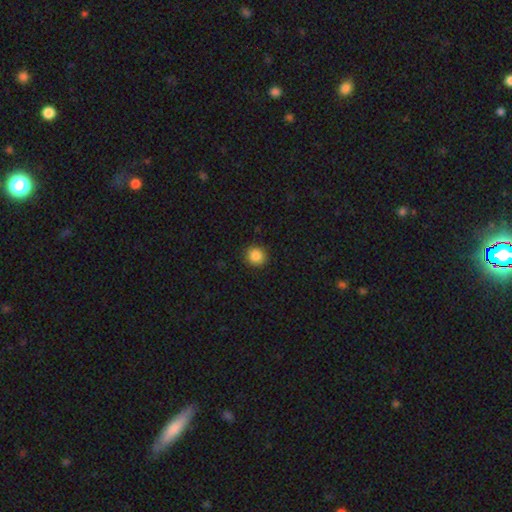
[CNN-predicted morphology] smooth-or-featured: smooth: 87% | star or artifact: 10% | featured or disk: 3%
  how-rounded: round: 91% | in between: 8% | cigar-shaped: 1%
  merging: none: 91% | minor disturbance: 6% | major disturbance: 2% | merger: 1%